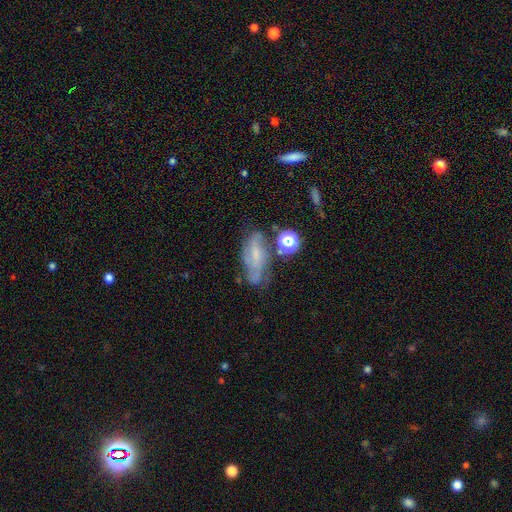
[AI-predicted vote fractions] The model was most divided on "bar": no: 54%, weak: 35%, strong: 11%. More confident: edge-on disk — no (90%); spiral arms — yes (80%); bulge size — small (59%); smooth or featured — featured or disk (59%); merging — none (53%).